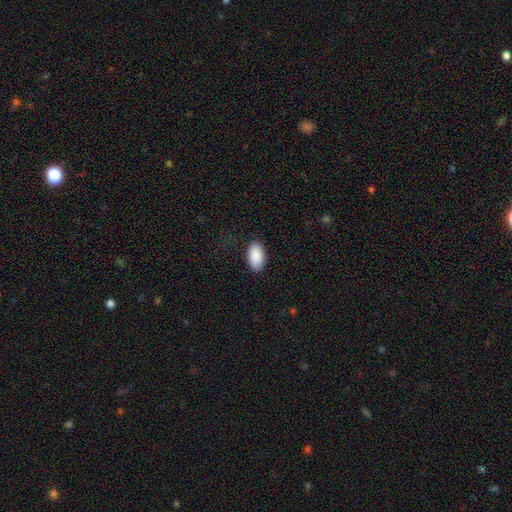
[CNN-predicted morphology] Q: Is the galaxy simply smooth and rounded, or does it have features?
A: smooth — 91%.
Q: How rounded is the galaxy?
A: in between — 95%.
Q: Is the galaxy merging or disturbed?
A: none — 87%.